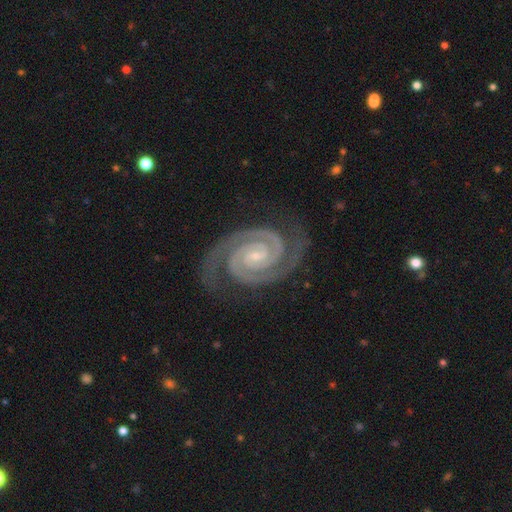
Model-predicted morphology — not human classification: type=featured or disk (95%); edge-on=no (98%); bar=no (47%); spiral arms=yes (99%); winding=tight (81%); arm count=2 (93%); bulge=small (76%); merging=none (83%).